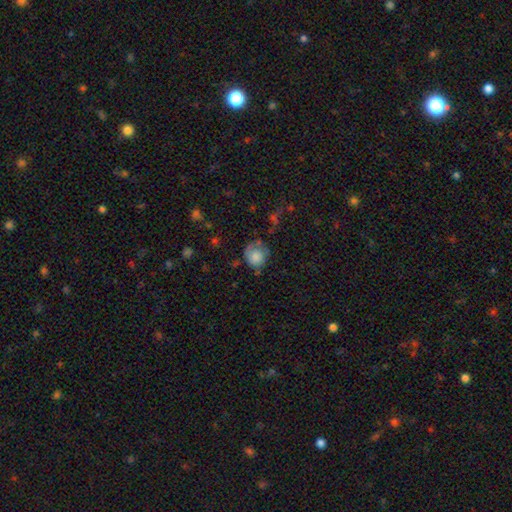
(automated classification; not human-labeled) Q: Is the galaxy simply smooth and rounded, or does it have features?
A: smooth — 74%.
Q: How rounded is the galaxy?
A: round — 79%.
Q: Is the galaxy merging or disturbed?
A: none — 49%.